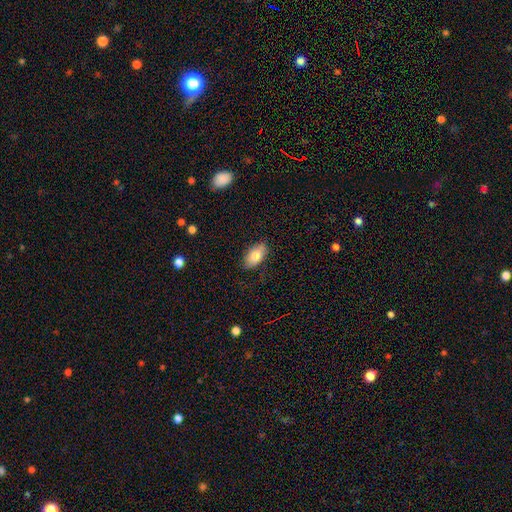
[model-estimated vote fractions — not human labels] smooth 80%, featured or disk 13%, star or artifact 7%. Down the decision tree: how rounded — in between (93%); merging — none (81%).